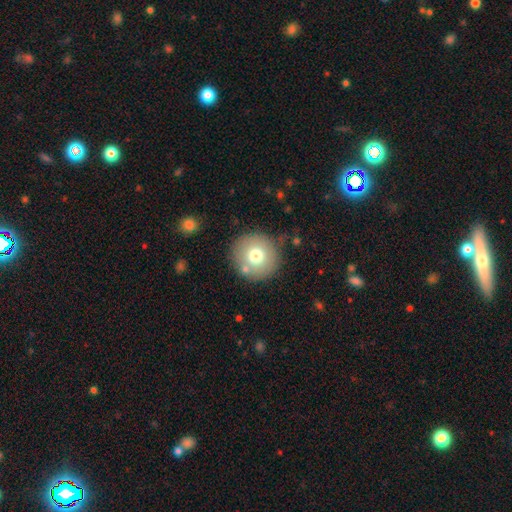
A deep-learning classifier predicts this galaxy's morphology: smooth-or-featured: smooth: 73% | featured or disk: 18% | star or artifact: 10%
  how-rounded: round: 94% | in between: 5% | cigar-shaped: 1%
  merging: none: 80% | minor disturbance: 10% | merger: 6% | major disturbance: 4%